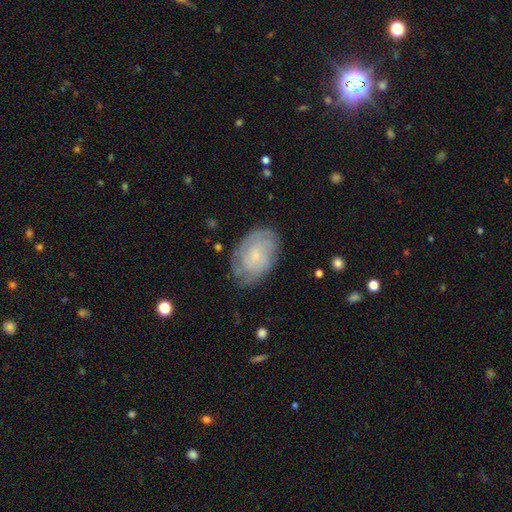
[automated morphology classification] Smooth or featured? Predicted: featured or disk (p=0.63). Edge-on disk? Predicted: no (p=0.96). Bar? Predicted: no (p=0.78). Spiral arms? Predicted: yes (p=0.85). Spiral winding? Predicted: tight (p=0.69). Spiral arm count? Predicted: can't tell (p=0.55). Bulge size? Predicted: small (p=0.70). Merging? Predicted: none (p=0.71).